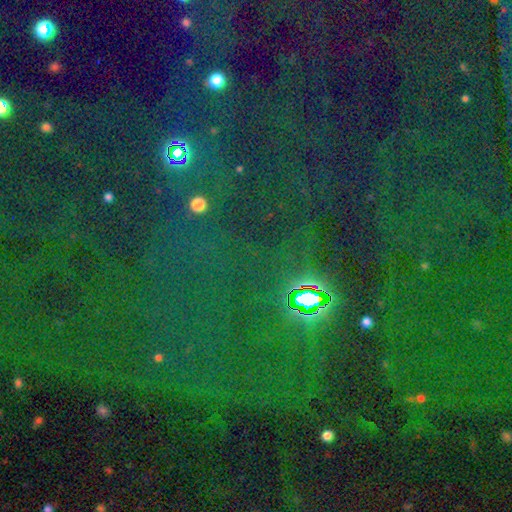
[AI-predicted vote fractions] The model was most divided on "smooth or featured": star or artifact: 81%, smooth: 12%, featured or disk: 7%.